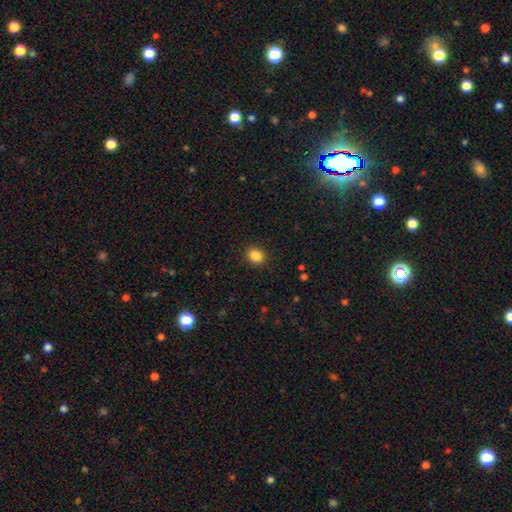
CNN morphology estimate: This appears to be a smooth galaxy with no disk features (86%) that is round (68%). Merging: none (90%).